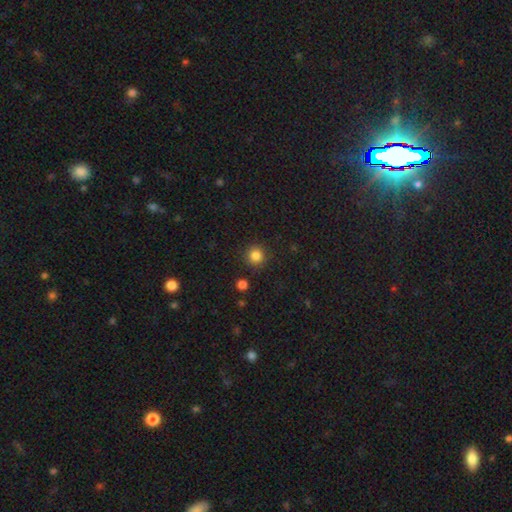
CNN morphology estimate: Smooth or featured? Predicted: smooth (p=0.84). How rounded? Predicted: round (p=0.94). Merging? Predicted: none (p=0.90).